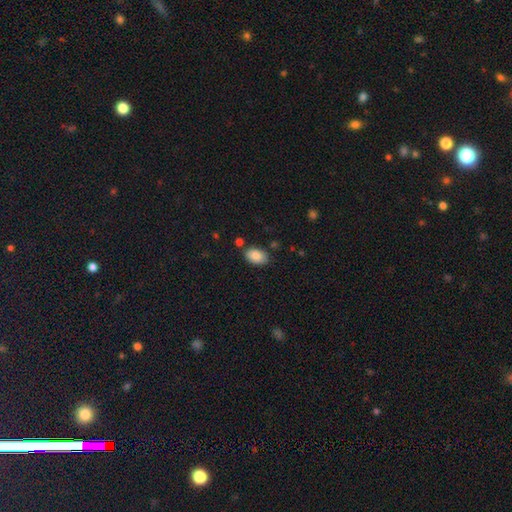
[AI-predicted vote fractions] Smooth or featured: smooth — 84% (featured or disk — 8%)
How rounded: in between — 91% (round — 8%)
Merging: none — 81% (minor disturbance — 12%)